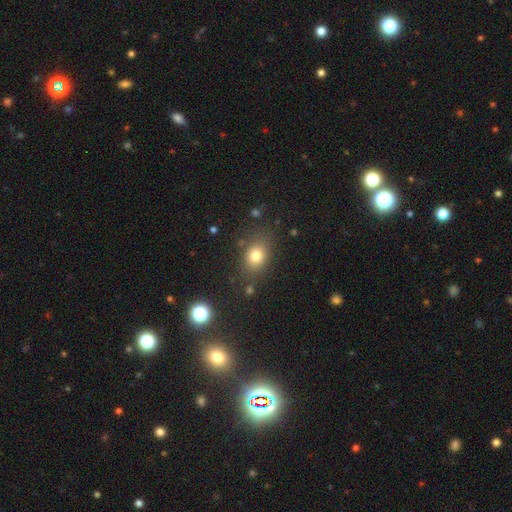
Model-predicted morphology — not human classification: Overall: smooth (78%). How rounded: in between (61%; round 38%). Merging: none (77%).